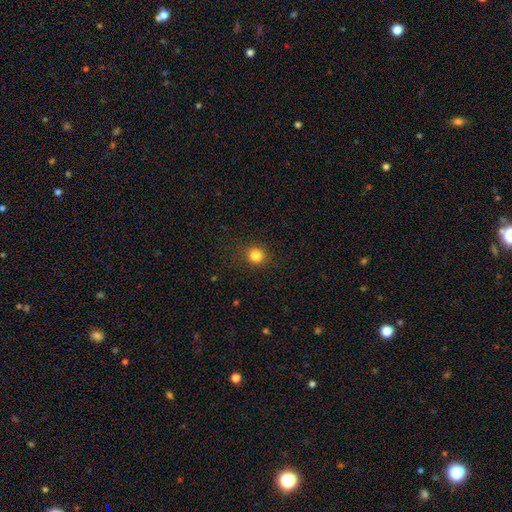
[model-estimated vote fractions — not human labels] Smooth or featured? smooth (84%)
How rounded? round (89%)
Merging? none (89%)